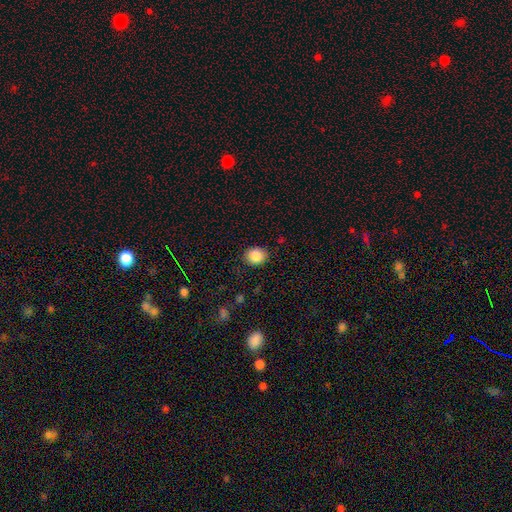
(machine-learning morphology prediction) smooth 86%, star or artifact 9%, featured or disk 5%. Down the decision tree: how rounded — round (71%); merging — none (87%).